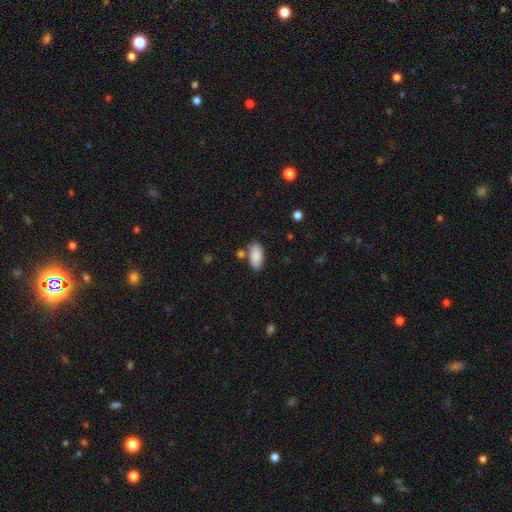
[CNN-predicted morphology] A smooth galaxy with no disk features (89%) that is in between round and cigar-shaped (92%).

Vote fractions:
- Smooth or featured? smooth: 89% / star or artifact: 6% / featured or disk: 5%
- How rounded? in between: 92% / cigar-shaped: 5% / round: 2%
- Merging? none: 73% / minor disturbance: 13% / merger: 10% / major disturbance: 4%